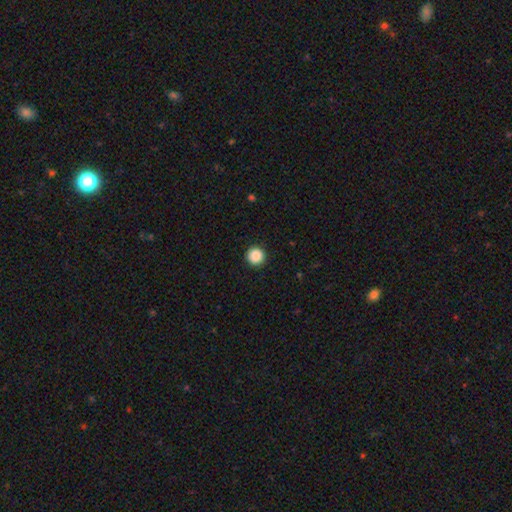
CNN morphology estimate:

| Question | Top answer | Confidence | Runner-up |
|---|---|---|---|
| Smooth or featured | smooth | 88% | star or artifact (9%) |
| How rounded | round | 96% | in between (3%) |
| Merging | none | 92% | minor disturbance (5%) |